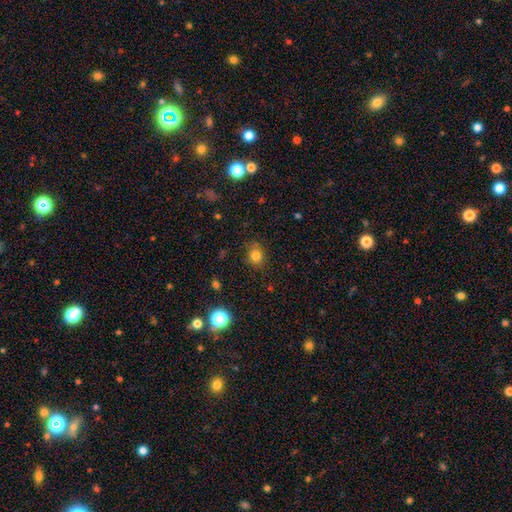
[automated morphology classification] Smooth or featured? Predicted: smooth (p=0.79). How rounded? Predicted: round (p=0.79). Merging? Predicted: none (p=0.83).